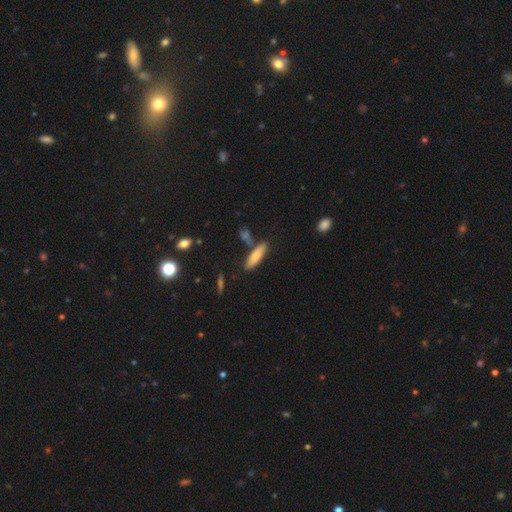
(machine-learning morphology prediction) A smooth galaxy with no disk features (76%) that is cigar-shaped (61%). Merging: none (74%).